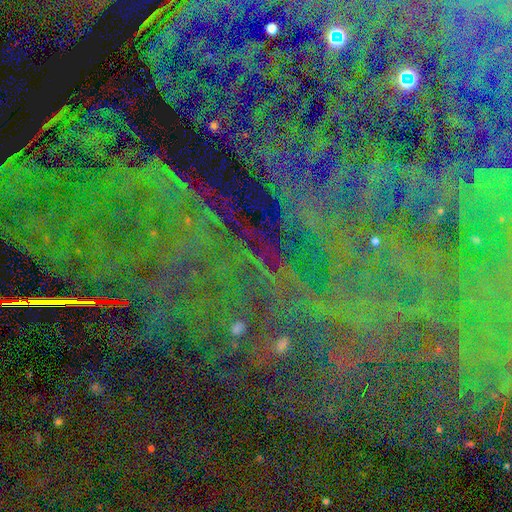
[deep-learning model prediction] This is clearly a star or artifact rather than a galaxy (87%).